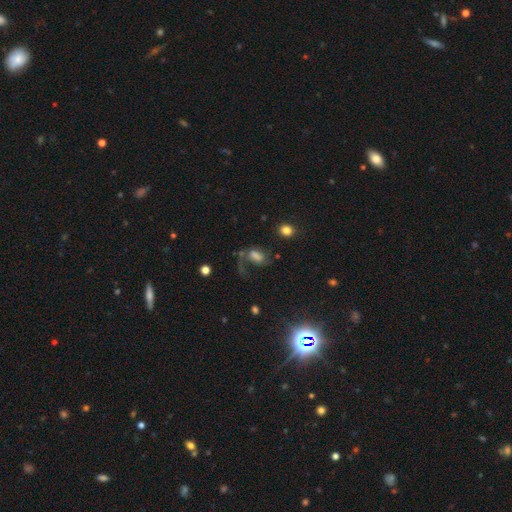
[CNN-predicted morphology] This appears to be a smooth galaxy with no disk features (41%). Merging: major disturbance (39%).